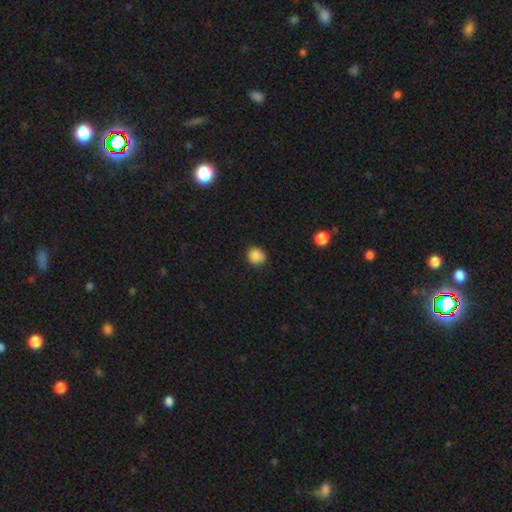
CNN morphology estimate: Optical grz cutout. It shows a smooth galaxy with no disk features (87%) that is round (82%). Merging: none (84%).